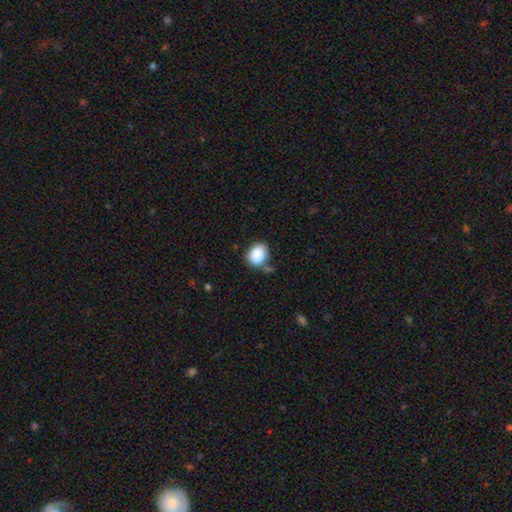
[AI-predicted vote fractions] A smooth galaxy with no disk features (87%) that is round (54%). Merging: none (71%).